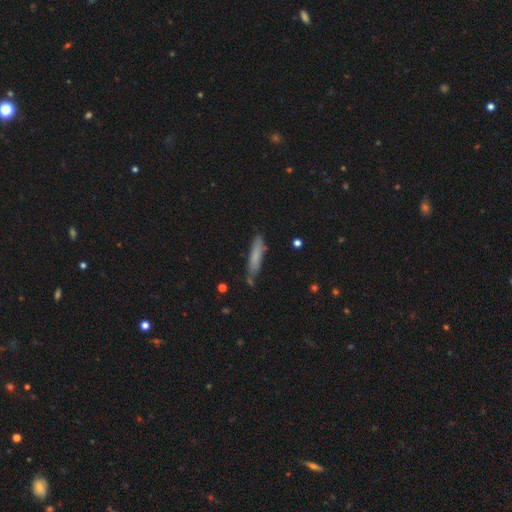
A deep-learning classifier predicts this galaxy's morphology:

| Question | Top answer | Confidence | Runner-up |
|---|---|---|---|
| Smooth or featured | smooth | 71% | featured or disk (22%) |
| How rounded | cigar-shaped | 86% | in between (13%) |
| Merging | none | 72% | minor disturbance (20%) |